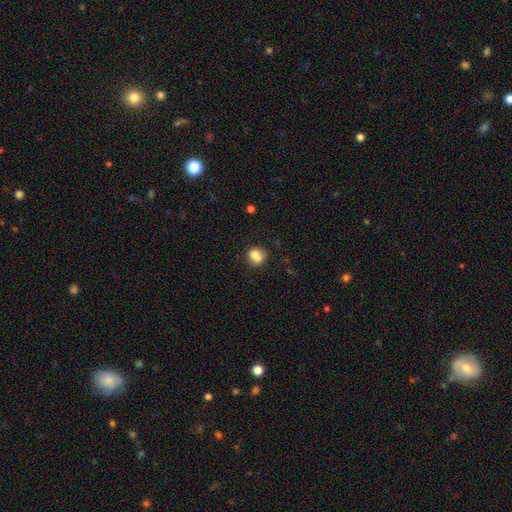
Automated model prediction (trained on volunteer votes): This is clearly a smooth galaxy (81%). How rounded: possibly in between (49%). Merging: likely none (65%).